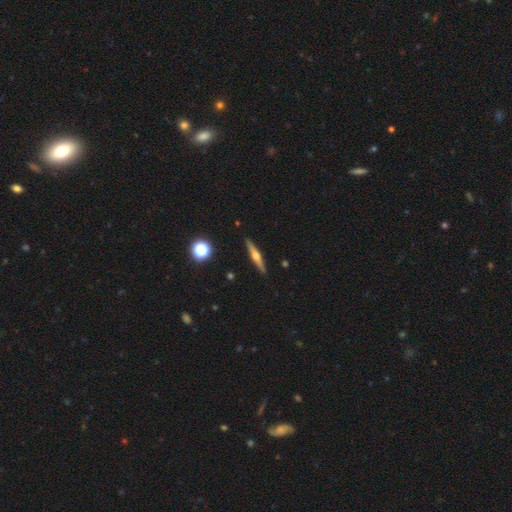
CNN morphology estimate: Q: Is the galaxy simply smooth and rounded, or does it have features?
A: featured or disk — 68%.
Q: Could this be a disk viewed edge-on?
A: yes — 97%.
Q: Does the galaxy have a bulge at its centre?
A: rounded — 92%.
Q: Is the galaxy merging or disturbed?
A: none — 91%.